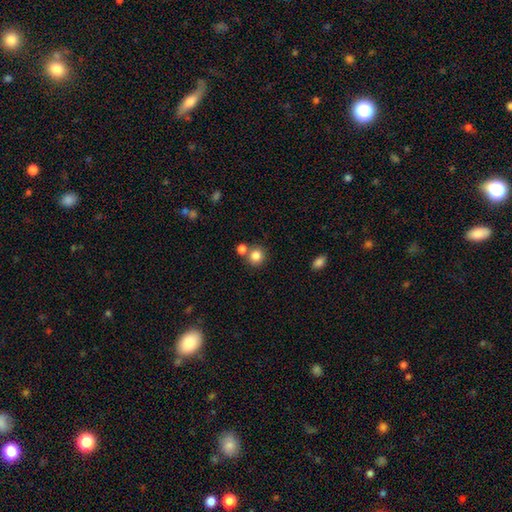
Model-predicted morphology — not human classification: Q: Smooth or featured?
A: smooth (83%); runner-up: star or artifact (10%)
Q: How rounded?
A: round (87%); runner-up: in between (12%)
Q: Merging?
A: none (66%); runner-up: merger (23%)